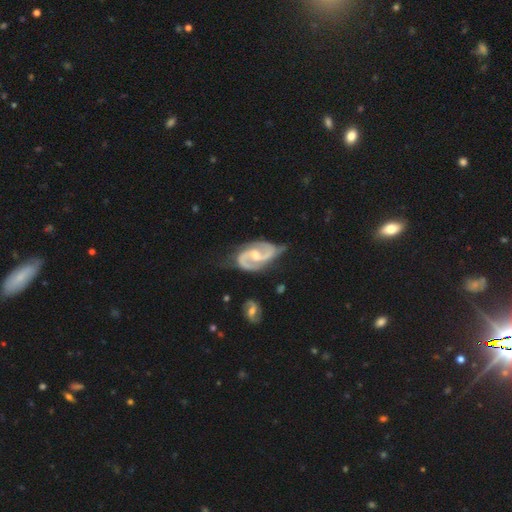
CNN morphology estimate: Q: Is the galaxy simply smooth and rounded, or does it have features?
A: featured or disk — 91%.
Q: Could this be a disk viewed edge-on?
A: no — 97%.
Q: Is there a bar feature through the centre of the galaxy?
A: weak — 48%.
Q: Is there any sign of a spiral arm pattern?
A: yes — 98%.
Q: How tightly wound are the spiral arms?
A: medium — 58%.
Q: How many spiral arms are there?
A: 2 — 93%.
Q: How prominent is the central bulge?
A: moderate — 67%.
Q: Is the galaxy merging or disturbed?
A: none — 62%.